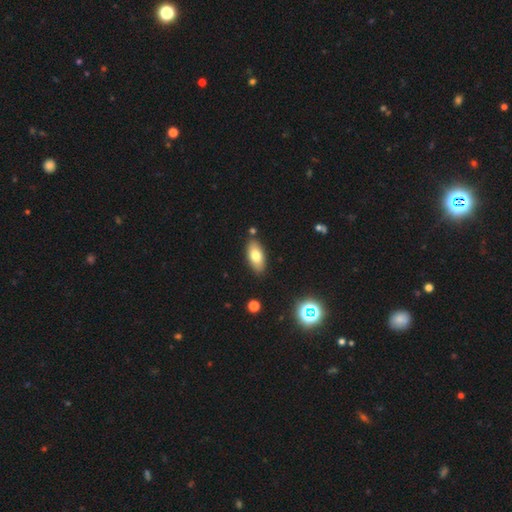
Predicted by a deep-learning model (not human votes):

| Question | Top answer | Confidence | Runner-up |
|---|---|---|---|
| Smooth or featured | smooth | 75% | featured or disk (17%) |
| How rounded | in between | 88% | cigar-shaped (9%) |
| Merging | none | 84% | minor disturbance (10%) |